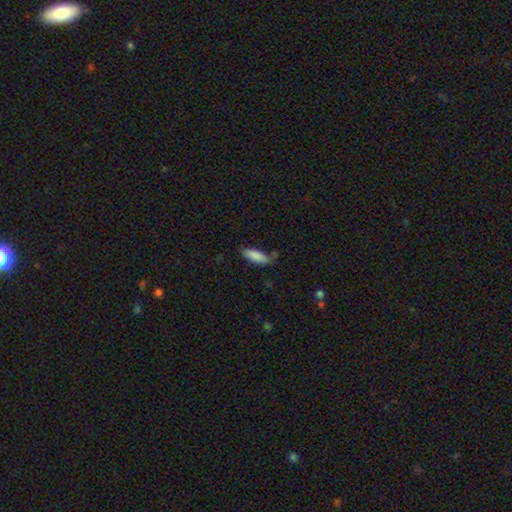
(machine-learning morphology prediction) This appears to be a smooth galaxy with no disk features (87%) that is in between round and cigar-shaped (60%). Merging: none (66%).